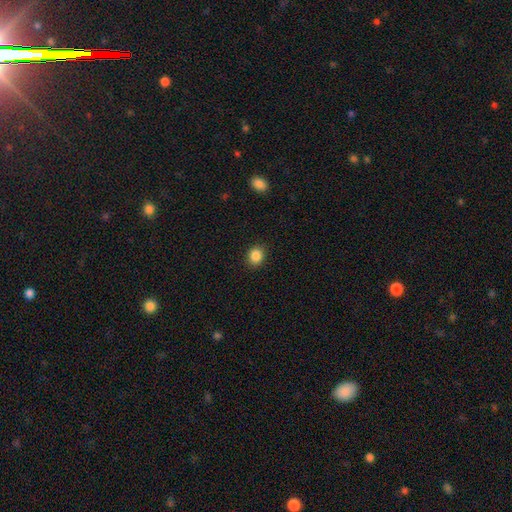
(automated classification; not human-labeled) Smooth or featured?
  - smooth: 87% *
  - star or artifact: 10%
  - featured or disk: 4%
How rounded?
  - round: 67% *
  - in between: 32%
  - cigar-shaped: 1%
Merging?
  - none: 89% *
  - minor disturbance: 7%
  - major disturbance: 2%
  - merger: 1%